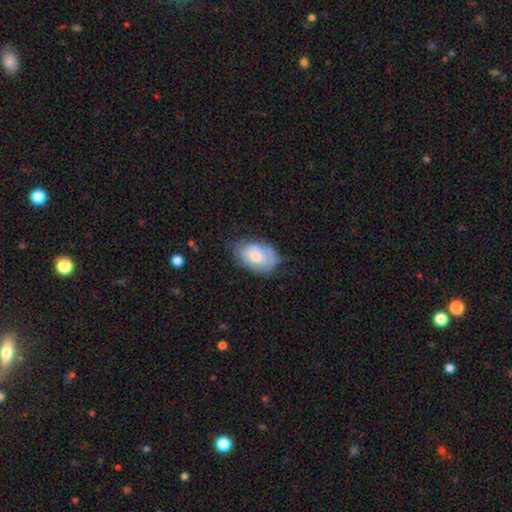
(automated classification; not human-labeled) Smooth or featured? smooth (60%)
How rounded? in between (89%)
Merging? none (62%)